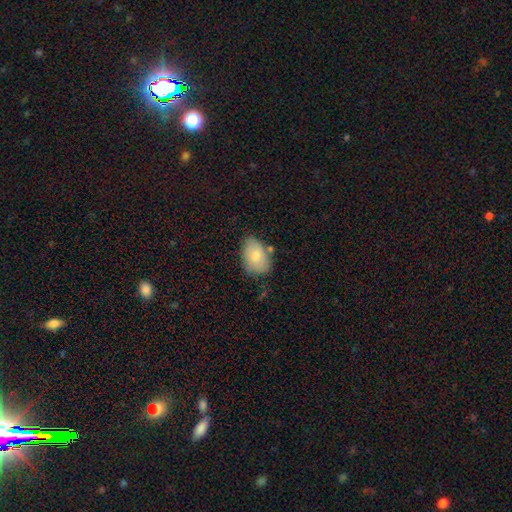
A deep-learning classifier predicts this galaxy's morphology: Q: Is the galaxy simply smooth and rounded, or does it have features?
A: smooth — 76%.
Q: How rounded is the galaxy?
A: in between — 84%.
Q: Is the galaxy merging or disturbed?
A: none — 67%.